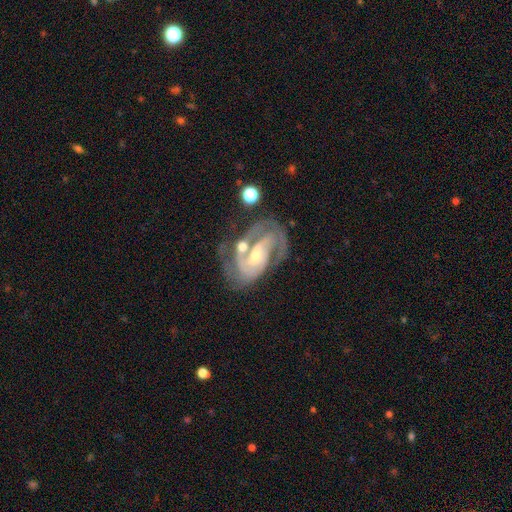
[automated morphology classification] smooth-or-featured: featured or disk: 87% | smooth: 7% | star or artifact: 6%
  disk-edge-on: no: 97% | yes: 3%
    bar: weak: 41% | no: 37% | strong: 22%
    has-spiral-arms: yes: 95% | no: 5%
      spiral-winding: tight: 51% | medium: 40% | loose: 10%
      spiral-arm-count: 2: 62% | can't tell: 15% | 3: 12% | 1: 6% | 4: 3% | more than 4: 2%
    bulge-size: small: 55% | moderate: 39% | large: 2% | none: 2% | dominant: 1%
  merging: none: 46% | minor disturbance: 20% | merger: 18% | major disturbance: 17%